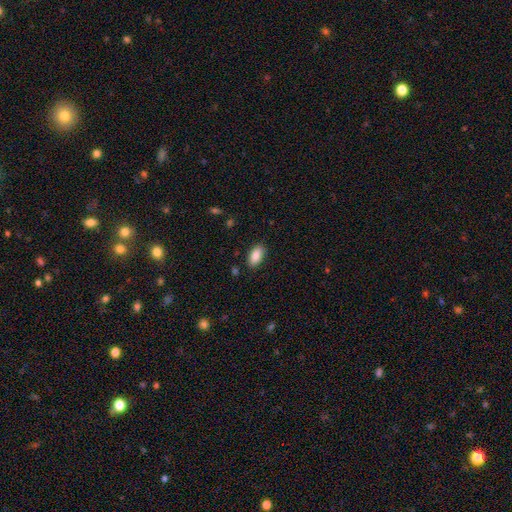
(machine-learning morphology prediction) Smooth or featured: smooth — 88% (star or artifact — 7%)
How rounded: in between — 92% (cigar-shaped — 5%)
Merging: none — 86% (minor disturbance — 10%)